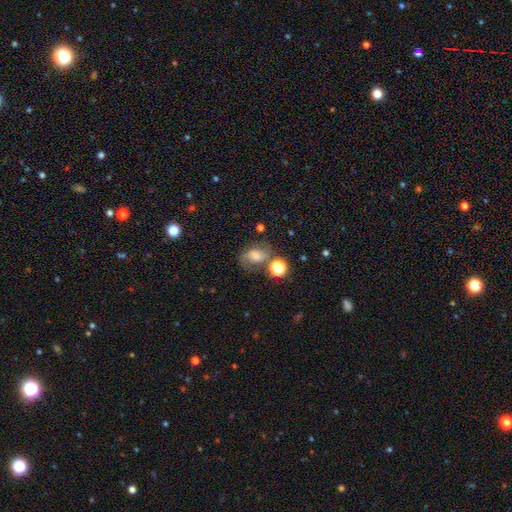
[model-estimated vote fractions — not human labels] Smooth or featured? Predicted: smooth (p=0.51). How rounded? Predicted: in between (p=0.61). Merging? Predicted: none (p=0.55).